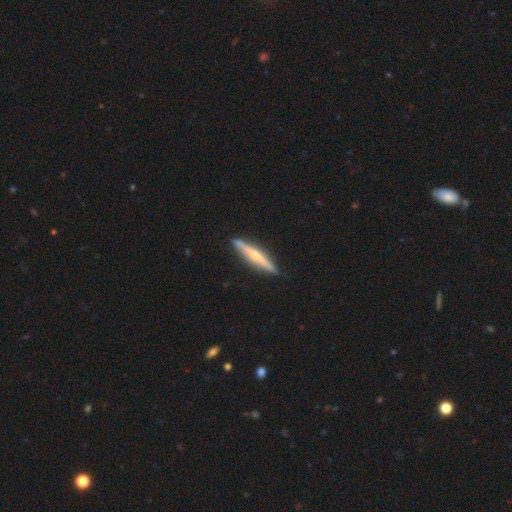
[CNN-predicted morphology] smooth_or_featured: featured or disk (p=0.65) [alt: smooth p=0.30]
disk_edge_on: yes (p=0.96) [alt: no p=0.04]
edge_on_bulge: rounded (p=0.81) [alt: none p=0.13]
merging: none (p=0.88) [alt: minor disturbance p=0.09]